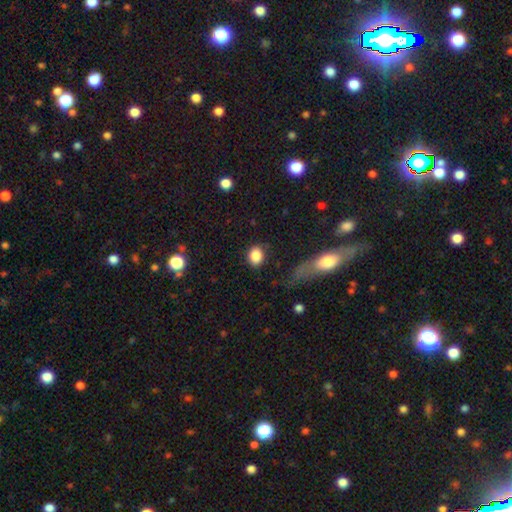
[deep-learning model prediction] smooth 86%, star or artifact 9%, featured or disk 5%. Down the decision tree: how rounded — round (52%); merging — none (84%).